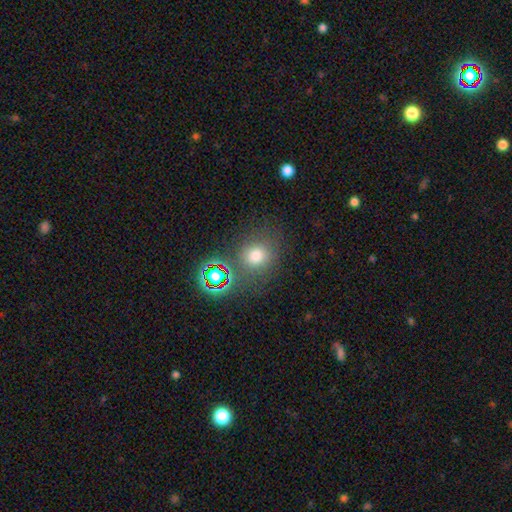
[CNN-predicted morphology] A smooth galaxy with no disk features (71%) that is round (80%). Merging: none (72%).